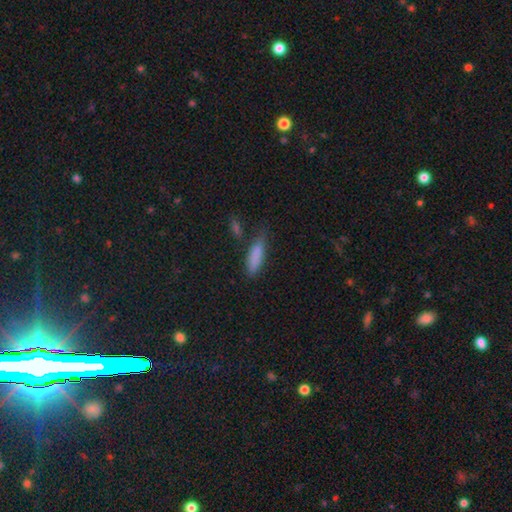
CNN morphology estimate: A smooth galaxy with no disk features (83%) that is cigar-shaped (63%). Merging: none (65%).